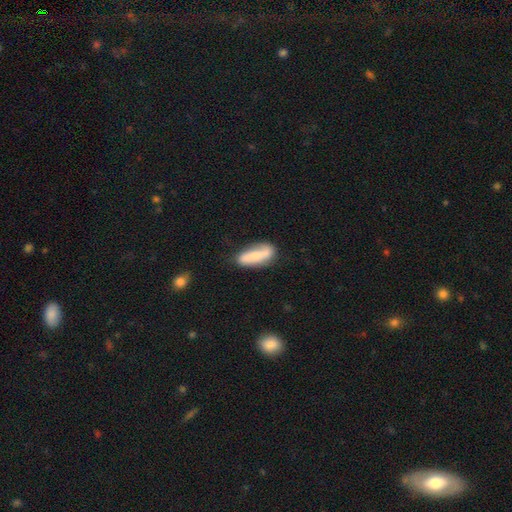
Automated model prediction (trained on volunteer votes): smooth_or_featured: smooth (p=0.55) [alt: featured or disk p=0.39]
how_rounded: in between (p=0.60) [alt: cigar-shaped p=0.37]
merging: none (p=0.72) [alt: minor disturbance p=0.20]